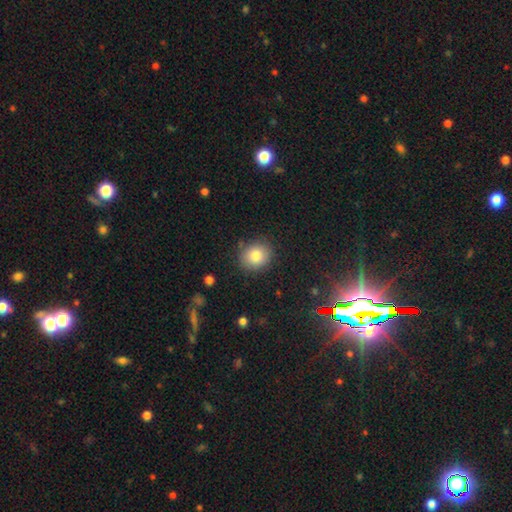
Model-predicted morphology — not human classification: smooth 82%, star or artifact 10%, featured or disk 8%. Down the decision tree: how rounded — round (73%); merging — none (84%).